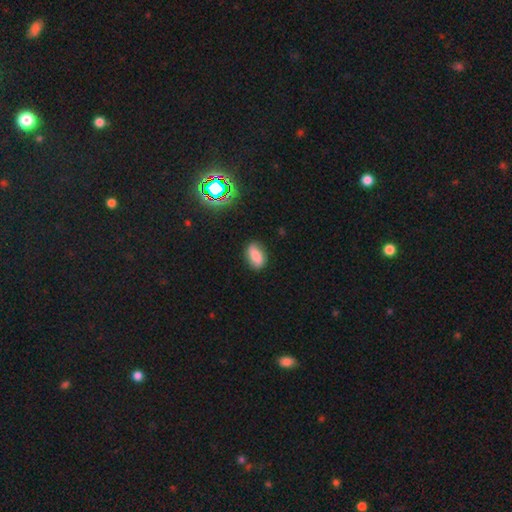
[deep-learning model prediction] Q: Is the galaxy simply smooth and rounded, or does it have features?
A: smooth — 72%.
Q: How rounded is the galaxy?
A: in between — 87%.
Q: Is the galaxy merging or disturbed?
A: none — 80%.